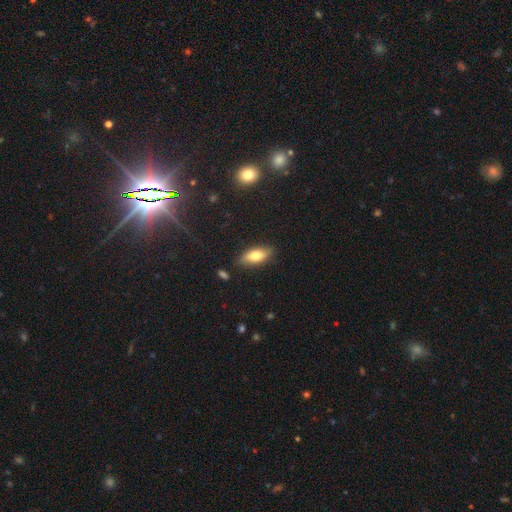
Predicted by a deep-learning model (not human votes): Overall: smooth (70%). How rounded: in between (78%). Merging: none (82%).